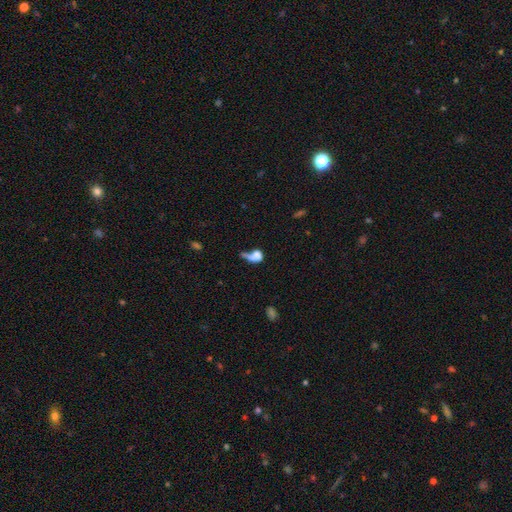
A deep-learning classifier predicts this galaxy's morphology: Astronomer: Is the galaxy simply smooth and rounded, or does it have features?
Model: smooth — 59%.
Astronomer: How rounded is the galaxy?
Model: in between — 64%.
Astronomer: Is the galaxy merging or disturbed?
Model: merger — 37% (runner-up: major disturbance, 30%).